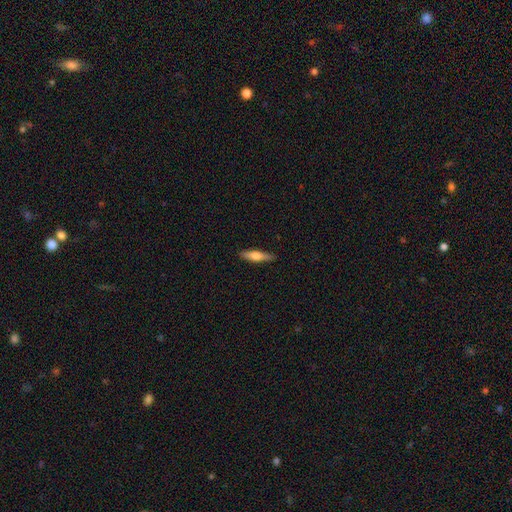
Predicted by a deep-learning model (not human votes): A smooth galaxy with no disk features (56%) that is cigar-shaped (72%).

Vote fractions:
- Smooth or featured? smooth: 56% / featured or disk: 38% / star or artifact: 6%
- How rounded? cigar-shaped: 72% / in between: 26% / round: 2%
- Merging? none: 87% / minor disturbance: 10% / major disturbance: 2% / merger: 1%